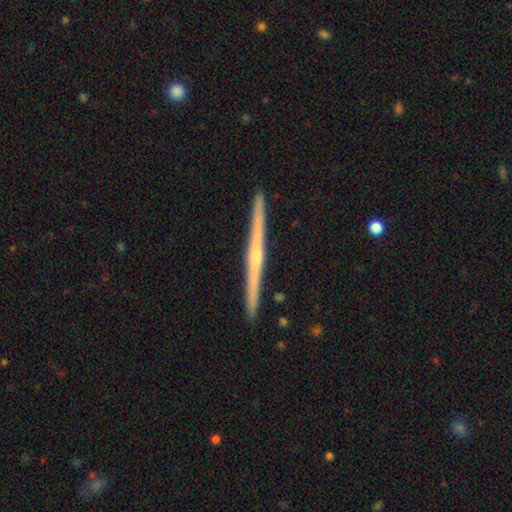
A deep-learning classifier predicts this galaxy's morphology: Smooth or featured: featured or disk — 75% (smooth — 19%)
Edge-on disk: yes — 98% (no — 2%)
Edge-on bulge: rounded — 59% (none — 35%)
Merging: none — 93% (minor disturbance — 5%)